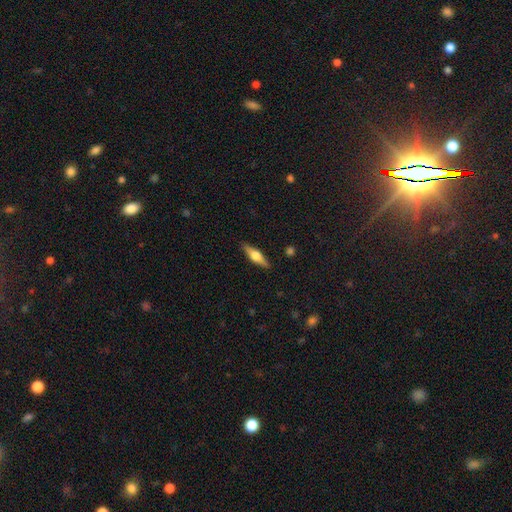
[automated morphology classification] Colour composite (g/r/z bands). It shows a featured or disk galaxy (59%) viewed edge-on (96%) with a rounded central bulge (93%). Merging: none (89%).